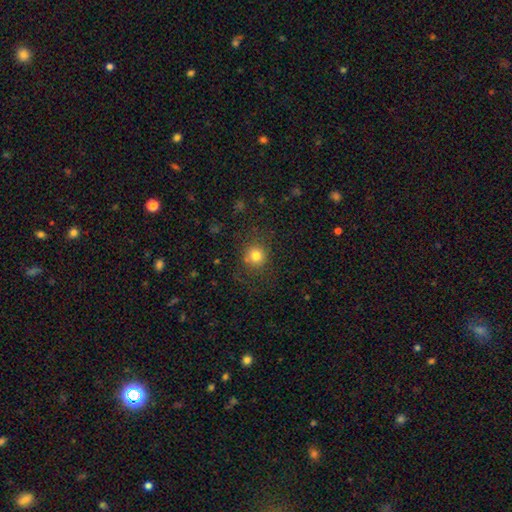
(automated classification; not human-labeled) A smooth galaxy with no disk features (79%) that is round (89%).

Vote fractions:
- Smooth or featured? smooth: 79% / star or artifact: 13% / featured or disk: 8%
- How rounded? round: 89% / in between: 10% / cigar-shaped: 1%
- Merging? none: 78% / minor disturbance: 12% / major disturbance: 6% / merger: 4%